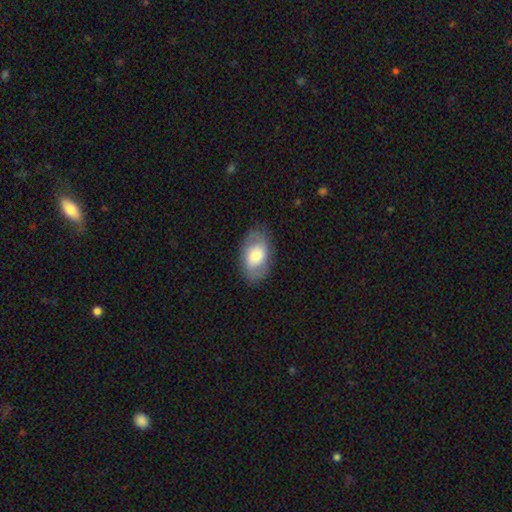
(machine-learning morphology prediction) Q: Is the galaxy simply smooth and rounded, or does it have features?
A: smooth — 59%.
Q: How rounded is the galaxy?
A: in between — 91%.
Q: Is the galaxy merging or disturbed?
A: none — 79%.